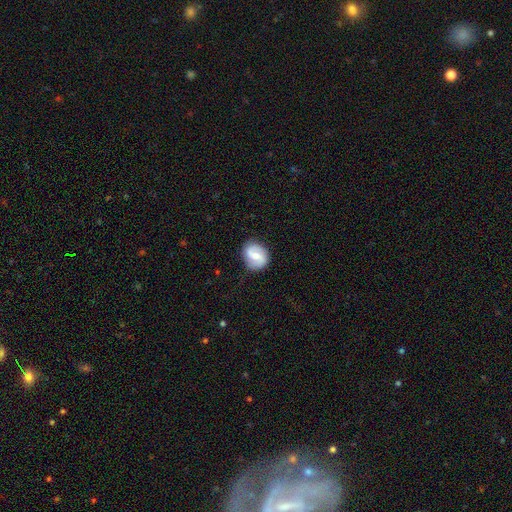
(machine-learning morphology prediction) smooth-or-featured: featured or disk: 62% | smooth: 31% | star or artifact: 6%
  disk-edge-on: no: 97% | yes: 3%
    bar: weak: 48% | no: 31% | strong: 20%
    has-spiral-arms: yes: 86% | no: 14%
      spiral-winding: medium: 41% | loose: 35% | tight: 24%
      spiral-arm-count: 2: 87% | can't tell: 7% | 1: 3% | 3: 1% | 4: 1% | more than 4: 1%
    bulge-size: moderate: 60% | small: 34% | large: 3% | none: 2% | dominant: 1%
  merging: none: 81% | minor disturbance: 14% | major disturbance: 4% | merger: 1%